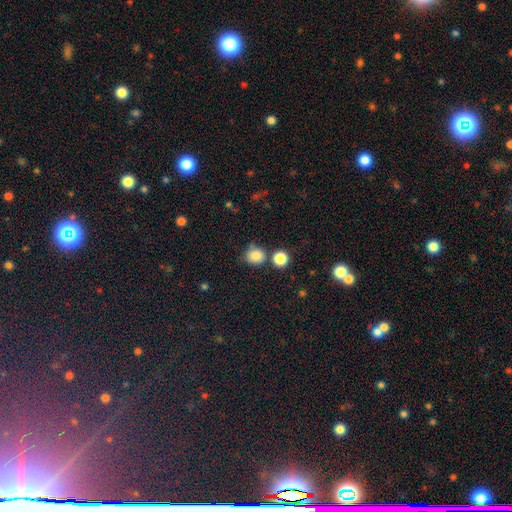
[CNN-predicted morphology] The model was most divided on "merging": none: 69%, merger: 14%, minor disturbance: 13%, major disturbance: 4%. More confident: how rounded — round (85%); smooth or featured — smooth (82%).